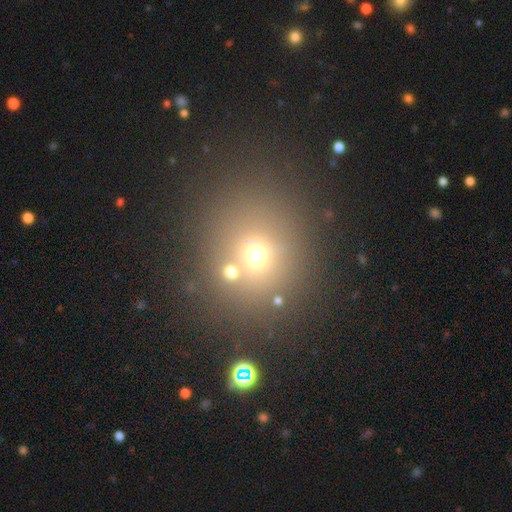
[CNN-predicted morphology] Smooth or featured? Predicted: smooth (p=0.60). How rounded? Predicted: round (p=0.81). Merging? Predicted: none (p=0.72).